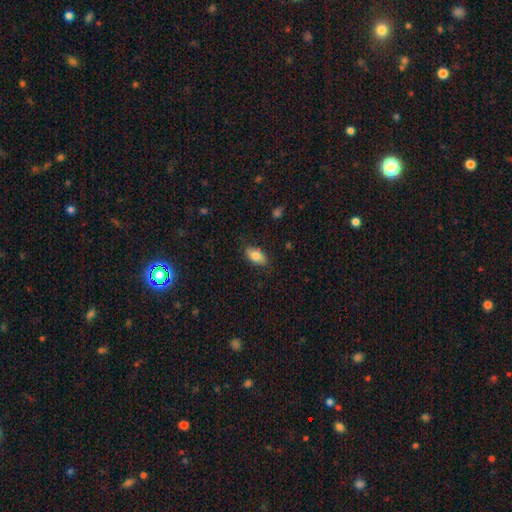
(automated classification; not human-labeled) smooth 81%, featured or disk 12%, star or artifact 7%. Down the decision tree: how rounded — in between (92%); merging — none (84%).